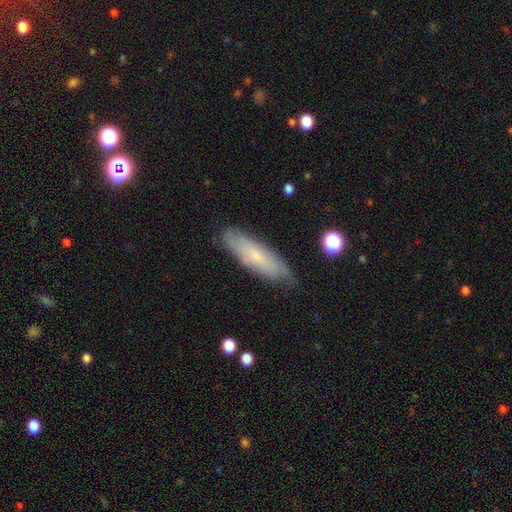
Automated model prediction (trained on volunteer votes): Smooth or featured: smooth — 59% (featured or disk — 34%)
How rounded: cigar-shaped — 57% (in between — 41%)
Merging: none — 78% (minor disturbance — 18%)